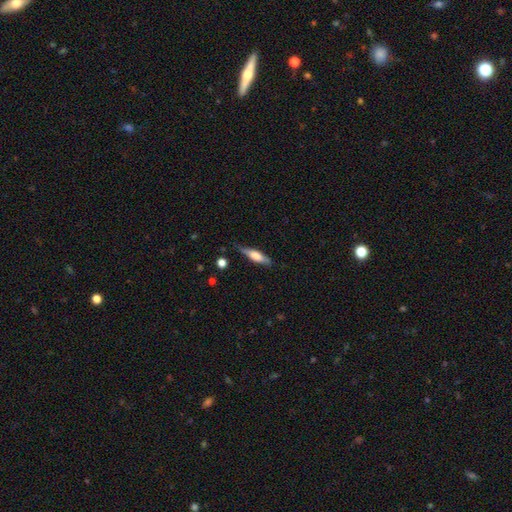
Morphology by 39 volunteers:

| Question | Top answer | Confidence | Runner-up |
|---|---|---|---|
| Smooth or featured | smooth | 62% | featured or disk (33%) |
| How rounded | cigar-shaped | 71% | in between (25%) |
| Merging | none | 70% | minor disturbance (19%) |